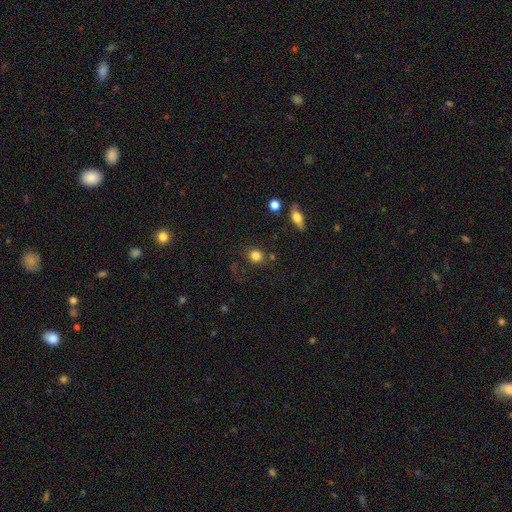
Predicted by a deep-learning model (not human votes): Overall: smooth (81%). How rounded: round (79%). Merging: none (78%).